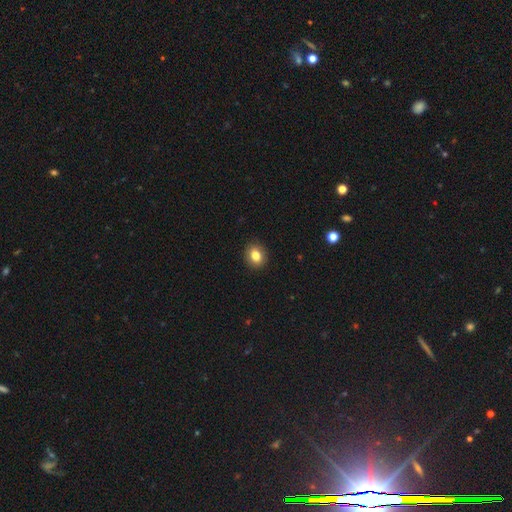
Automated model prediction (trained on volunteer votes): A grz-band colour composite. It shows a smooth galaxy with no disk features (83%) that is round (66%). Merging: none (91%).